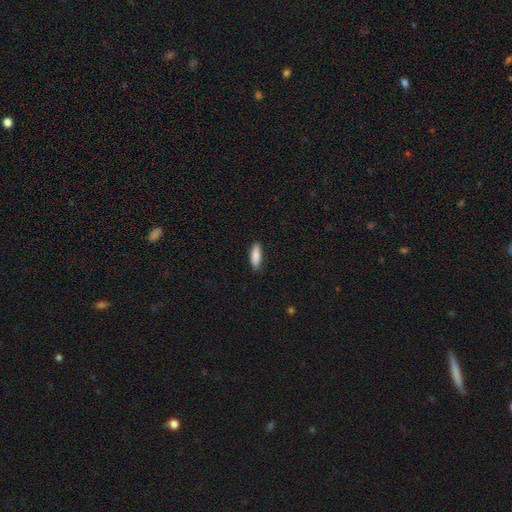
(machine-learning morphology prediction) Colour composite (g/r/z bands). It shows a smooth galaxy with no disk features (88%) that is in between round and cigar-shaped (53%). Merging: none (86%).